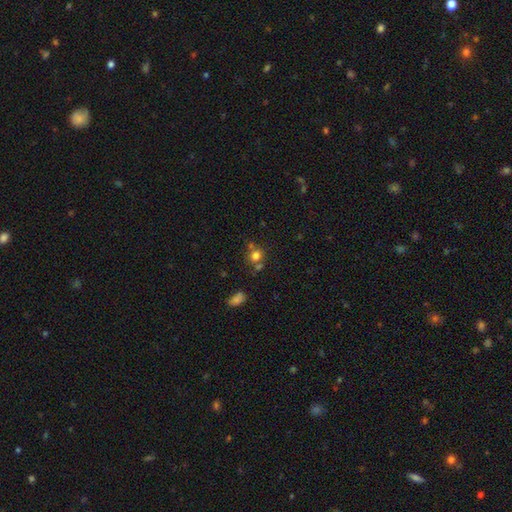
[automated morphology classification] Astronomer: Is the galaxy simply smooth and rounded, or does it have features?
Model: smooth — 74%.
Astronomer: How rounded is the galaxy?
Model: round — 76%.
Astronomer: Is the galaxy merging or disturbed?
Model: none — 56%.